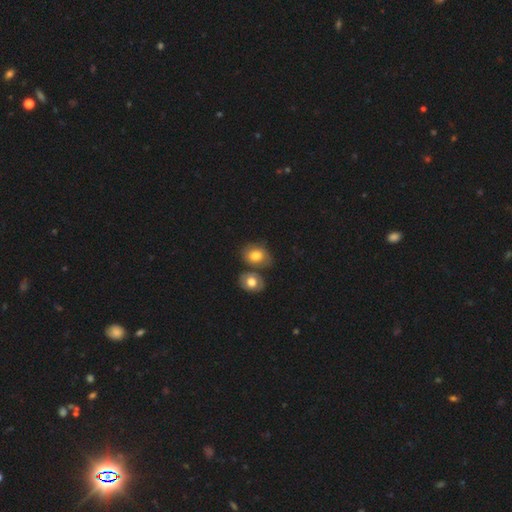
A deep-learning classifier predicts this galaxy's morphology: Overall: smooth (72%). How rounded: in between (58%; round 40%). Merging: none (52%; merger 27%).